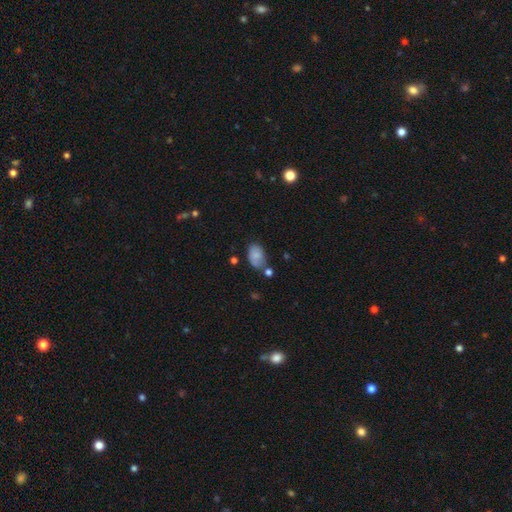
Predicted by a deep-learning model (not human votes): Overall: smooth (75%). How rounded: in between (87%). Merging: none (57%; minor disturbance 26%).